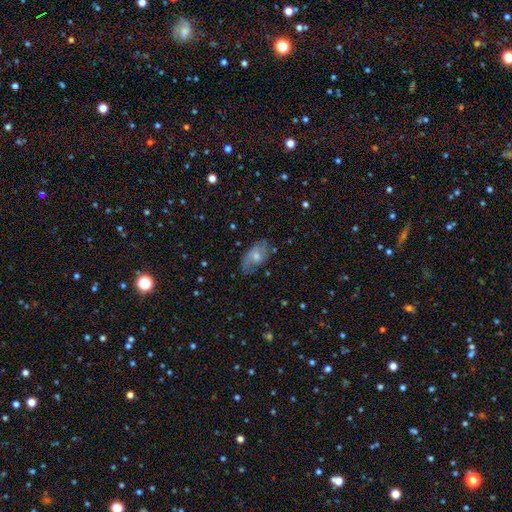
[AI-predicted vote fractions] smooth_or_featured: smooth (p=0.47) [alt: featured or disk p=0.44]
merging: none (p=0.63) [alt: minor disturbance p=0.25]